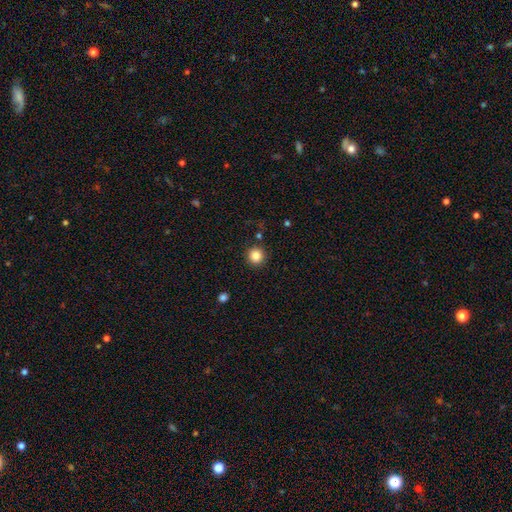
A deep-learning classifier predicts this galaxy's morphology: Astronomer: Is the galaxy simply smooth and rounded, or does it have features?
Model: smooth — 85%.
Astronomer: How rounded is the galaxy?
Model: round — 95%.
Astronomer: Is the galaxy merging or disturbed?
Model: none — 90%.